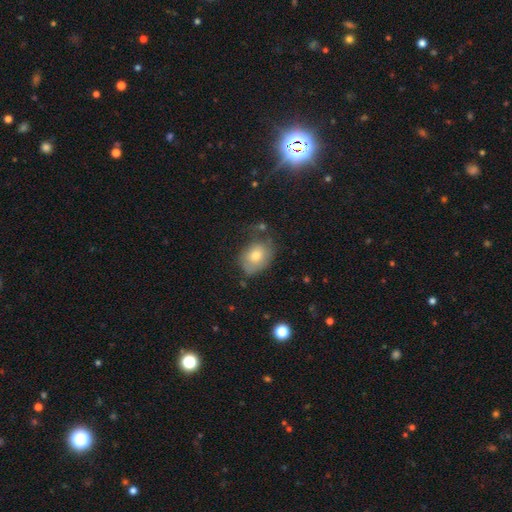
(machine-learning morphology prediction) A smooth galaxy with no disk features (69%) that is in between round and cigar-shaped (70%).

Vote fractions:
- Smooth or featured? smooth: 69% / featured or disk: 21% / star or artifact: 10%
- How rounded? in between: 70% / round: 29% / cigar-shaped: 1%
- Merging? none: 54% / minor disturbance: 30% / major disturbance: 12% / merger: 4%